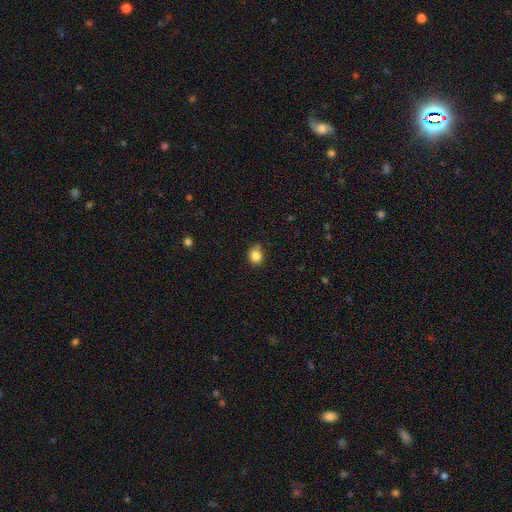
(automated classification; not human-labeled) The model was most divided on "how rounded": round: 78%, in between: 21%, cigar-shaped: 1%. More confident: smooth or featured — smooth (85%); merging — none (77%).